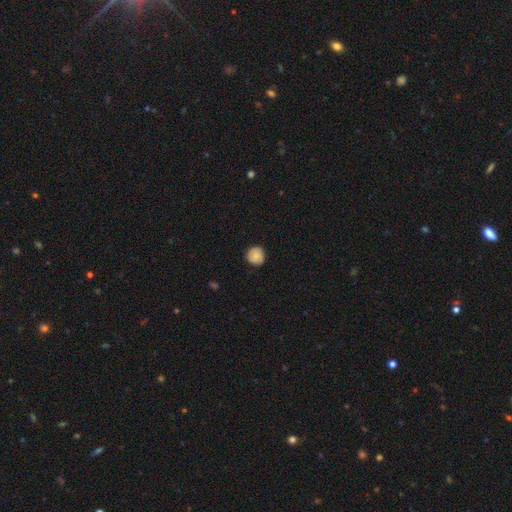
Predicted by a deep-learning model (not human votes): The model was most divided on "smooth or featured": smooth: 70%, featured or disk: 22%, star or artifact: 7%. More confident: how rounded — round (91%); merging — none (81%).